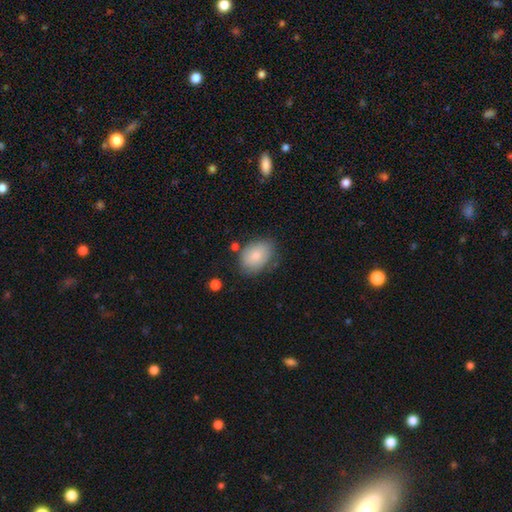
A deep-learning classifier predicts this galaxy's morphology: smooth-or-featured: smooth: 78% | featured or disk: 15% | star or artifact: 7%
  how-rounded: in between: 80% | round: 19% | cigar-shaped: 1%
  merging: none: 71% | minor disturbance: 20% | major disturbance: 5% | merger: 4%